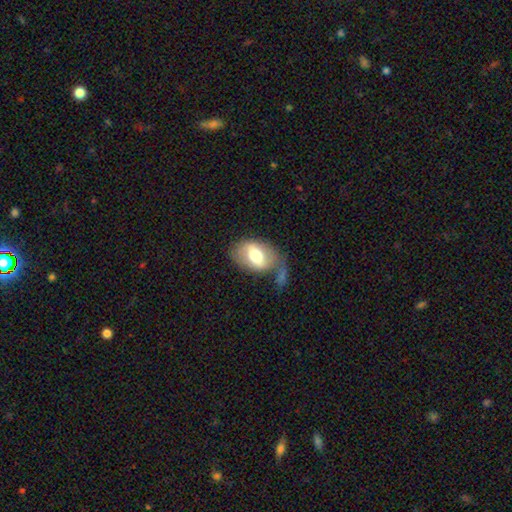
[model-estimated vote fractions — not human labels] Smooth or featured?
  - smooth: 61% *
  - featured or disk: 33%
  - star or artifact: 6%
How rounded?
  - in between: 86% *
  - round: 13%
  - cigar-shaped: 2%
Merging?
  - none: 37% *
  - minor disturbance: 23%
  - major disturbance: 23%
  - merger: 17%